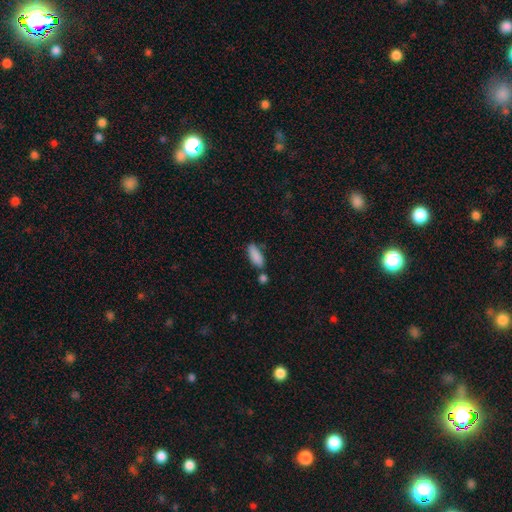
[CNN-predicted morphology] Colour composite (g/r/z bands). It shows a smooth galaxy with no disk features (87%) that is in between round and cigar-shaped (76%). Merging: none (62%).